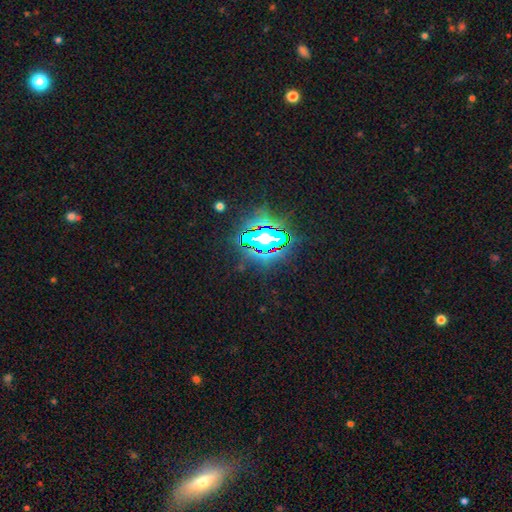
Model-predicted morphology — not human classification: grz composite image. It shows a star or artifact, not a galaxy (82%).